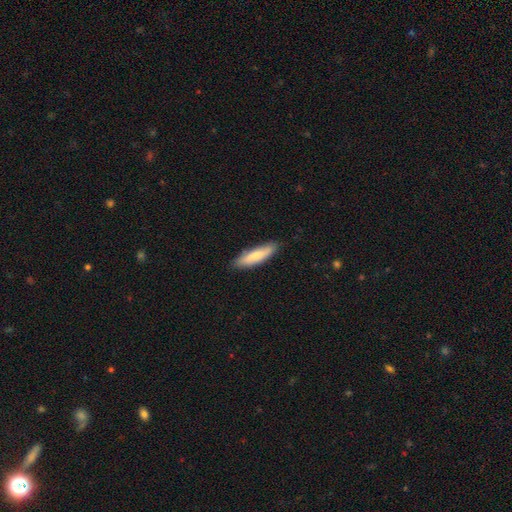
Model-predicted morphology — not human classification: Smooth or featured? smooth (79%)
How rounded? cigar-shaped (67%)
Merging? none (83%)